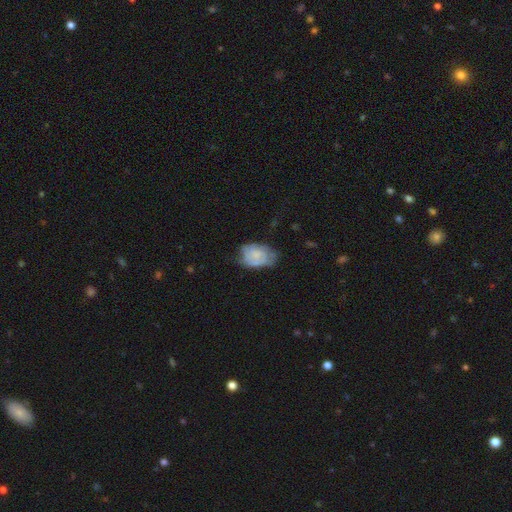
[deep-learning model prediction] Overall: smooth (47%; featured or disk 45%). Merging: none (51%; minor disturbance 34%).